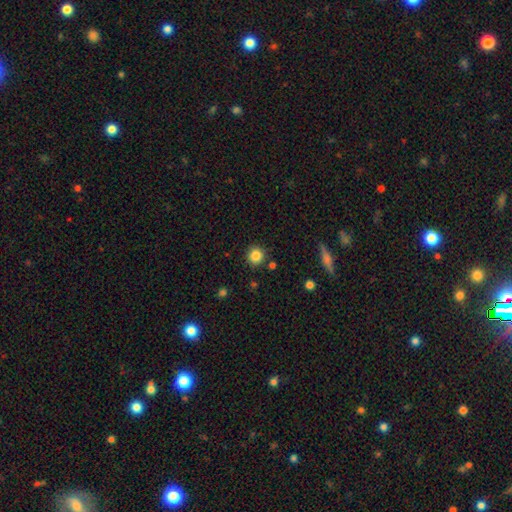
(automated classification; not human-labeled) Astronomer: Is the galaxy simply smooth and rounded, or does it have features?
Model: smooth — 85%.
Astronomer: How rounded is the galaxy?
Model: round — 92%.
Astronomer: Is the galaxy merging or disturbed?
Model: none — 87%.